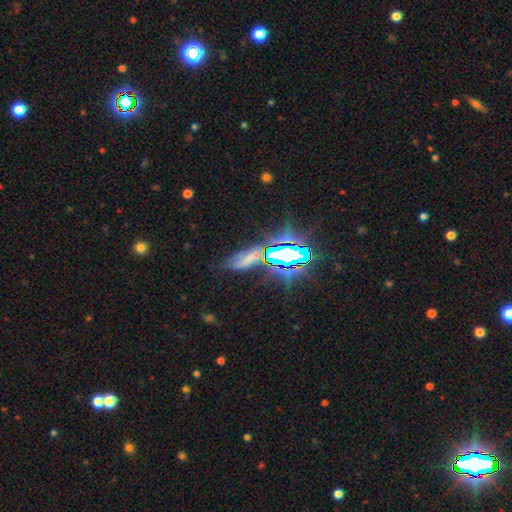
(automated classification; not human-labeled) Smooth or featured?
  - star or artifact: 63% *
  - smooth: 21%
  - featured or disk: 17%